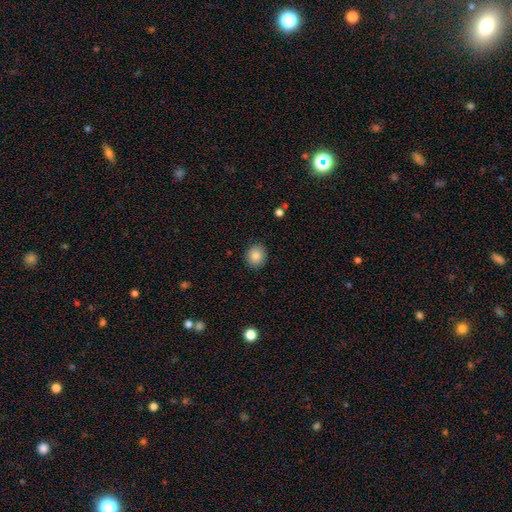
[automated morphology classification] smooth_or_featured: smooth (p=0.84) [alt: star or artifact p=0.09]
how_rounded: round (p=0.83) [alt: in between p=0.16]
merging: none (p=0.89) [alt: minor disturbance p=0.08]